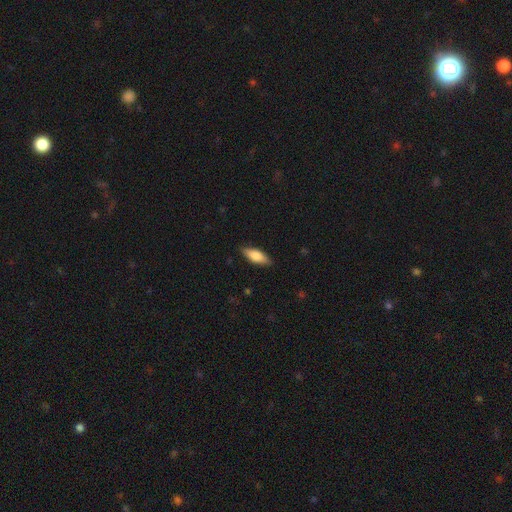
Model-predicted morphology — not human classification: type=smooth (75%); roundness=in between (70%); merging=none (85%).